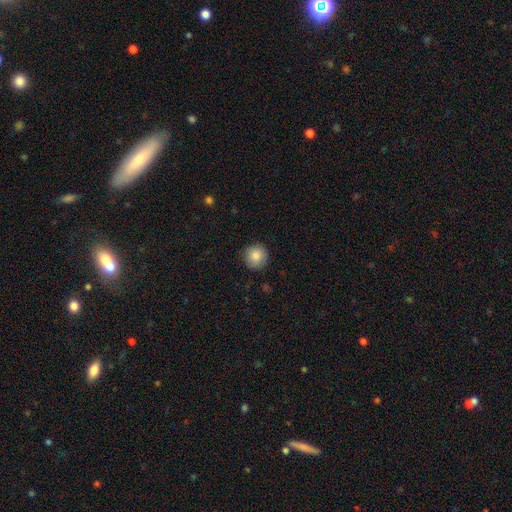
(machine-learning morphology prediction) This is clearly a smooth galaxy (85%). How rounded: clearly round (95%). Merging: clearly none (90%).